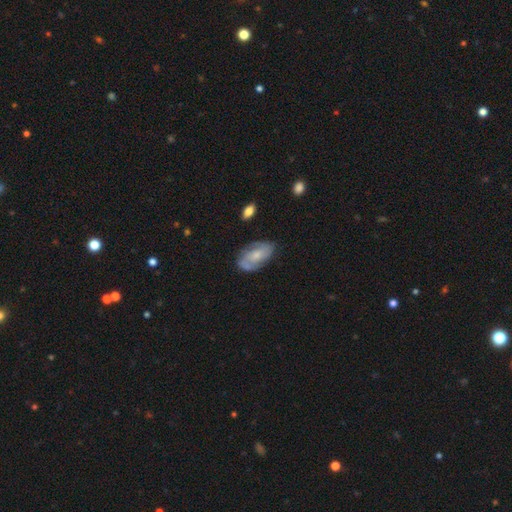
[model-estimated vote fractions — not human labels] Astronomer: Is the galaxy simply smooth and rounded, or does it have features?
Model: featured or disk — 61%.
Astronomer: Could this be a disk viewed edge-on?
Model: no — 94%.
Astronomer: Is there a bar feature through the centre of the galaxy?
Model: no — 65%.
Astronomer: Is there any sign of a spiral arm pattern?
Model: yes — 82%.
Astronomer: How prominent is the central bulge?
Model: small — 53% (runner-up: moderate, 38%).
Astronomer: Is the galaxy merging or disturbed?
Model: none — 70%.